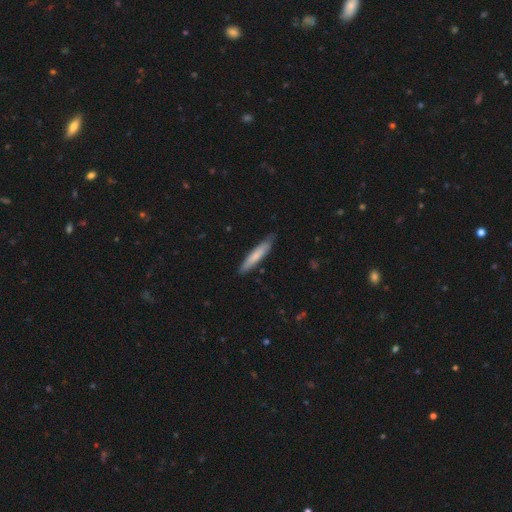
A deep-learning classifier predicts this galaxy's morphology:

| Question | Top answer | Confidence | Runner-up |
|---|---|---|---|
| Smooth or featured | smooth | 74% | featured or disk (22%) |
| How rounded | cigar-shaped | 90% | in between (9%) |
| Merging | none | 81% | minor disturbance (16%) |